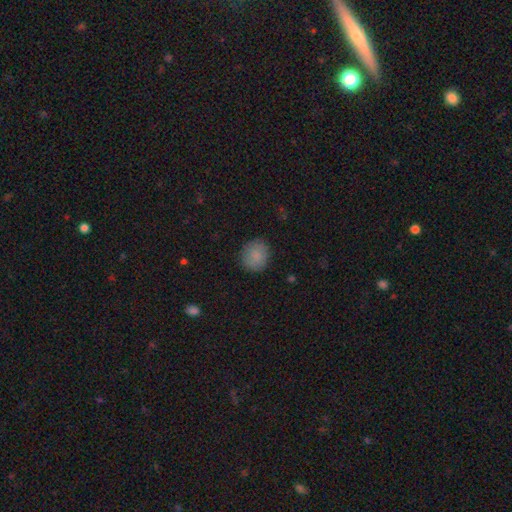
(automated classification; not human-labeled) A smooth galaxy with no disk features (86%) that is round (81%). Merging: none (86%).